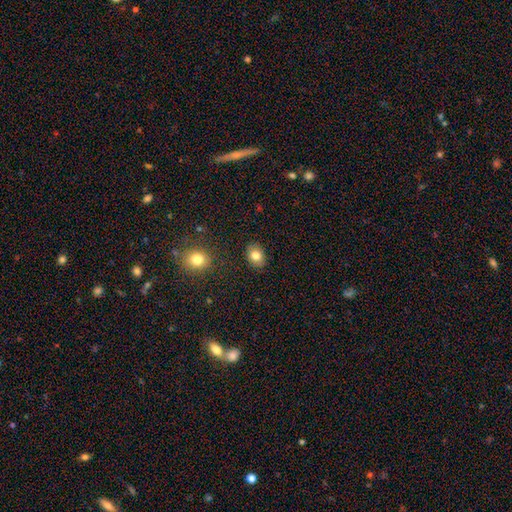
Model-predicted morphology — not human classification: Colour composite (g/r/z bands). It shows a smooth galaxy with no disk features (81%) that is in between round and cigar-shaped (64%). Merging: none (87%).